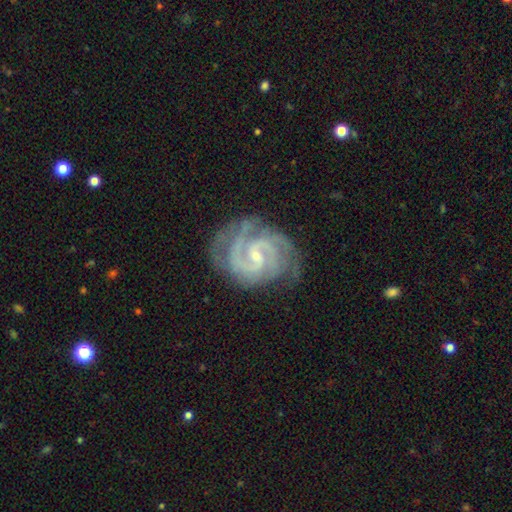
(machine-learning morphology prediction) featured or disk 93%, star or artifact 4%, smooth 3%. Down the decision tree: edge-on disk — no (98%); bar — weak (52%); spiral arms — yes (99%); spiral arm count — 2 (59%); spiral winding — tight (57%); bulge size — small (72%); merging — none (74%).